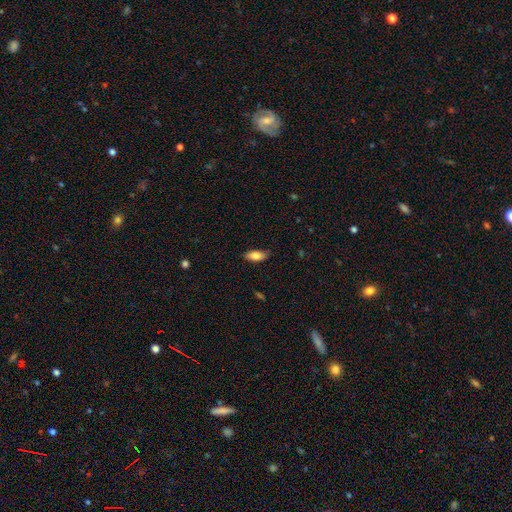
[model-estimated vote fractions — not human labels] smooth 82%, featured or disk 11%, star or artifact 6%. Down the decision tree: how rounded — in between (82%); merging — none (82%).